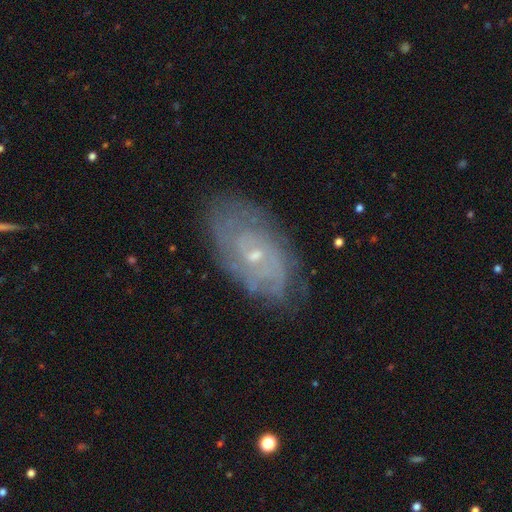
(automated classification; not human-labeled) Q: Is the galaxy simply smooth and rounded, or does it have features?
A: featured or disk — 77%.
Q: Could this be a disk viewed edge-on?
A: no — 94%.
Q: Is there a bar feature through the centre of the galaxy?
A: no — 69%.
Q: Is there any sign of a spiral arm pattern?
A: yes — 90%.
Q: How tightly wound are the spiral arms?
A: tight — 67%.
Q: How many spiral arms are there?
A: can't tell — 48%.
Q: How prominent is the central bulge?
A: small — 73%.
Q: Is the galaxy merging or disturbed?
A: none — 76%.